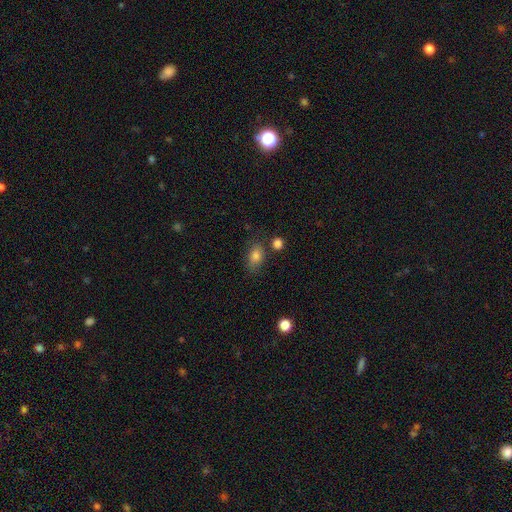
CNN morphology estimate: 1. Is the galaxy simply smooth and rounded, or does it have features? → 82% smooth, 10% star or artifact, 8% featured or disk.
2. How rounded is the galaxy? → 82% in between, 15% round, 3% cigar-shaped.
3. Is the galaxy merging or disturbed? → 72% none, 16% minor disturbance, 7% merger, 5% major disturbance.